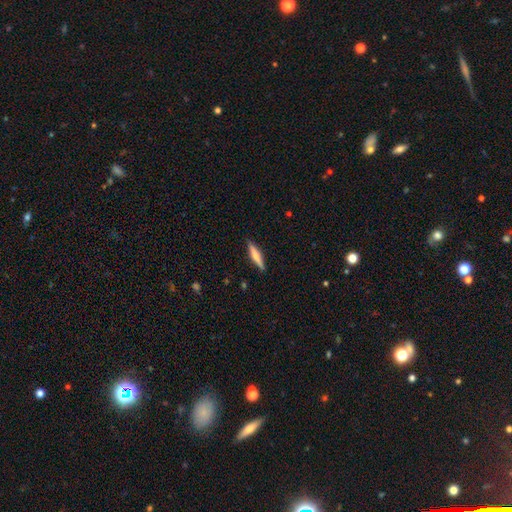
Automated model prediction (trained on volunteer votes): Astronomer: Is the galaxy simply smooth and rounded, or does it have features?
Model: smooth — 57% (runner-up: featured or disk, 37%).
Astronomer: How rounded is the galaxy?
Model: cigar-shaped — 87%.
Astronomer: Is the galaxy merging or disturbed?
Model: none — 89%.